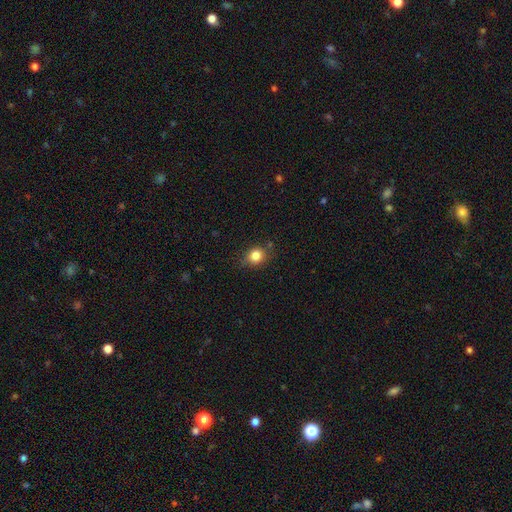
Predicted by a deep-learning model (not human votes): A smooth galaxy with no disk features (83%) that is round (76%).

Vote fractions:
- Smooth or featured? smooth: 83% / star or artifact: 11% / featured or disk: 6%
- How rounded? round: 76% / in between: 23% / cigar-shaped: 1%
- Merging? none: 78% / minor disturbance: 16% / major disturbance: 4% / merger: 3%